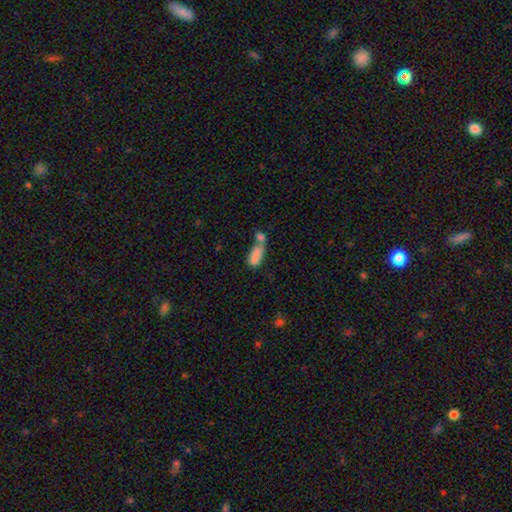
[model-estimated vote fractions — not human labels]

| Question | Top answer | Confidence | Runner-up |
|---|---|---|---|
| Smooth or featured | smooth | 80% | featured or disk (11%) |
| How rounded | in between | 77% | cigar-shaped (19%) |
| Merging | merger | 59% | none (22%) |